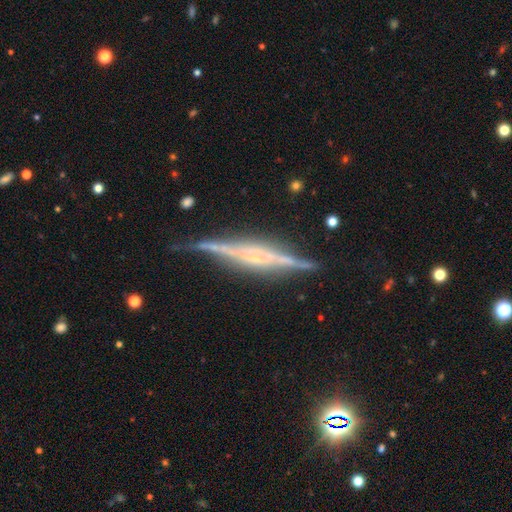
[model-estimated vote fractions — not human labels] A featured or disk galaxy (86%) viewed edge-on (97%) with a rounded central bulge (49%). Merging: none (82%).